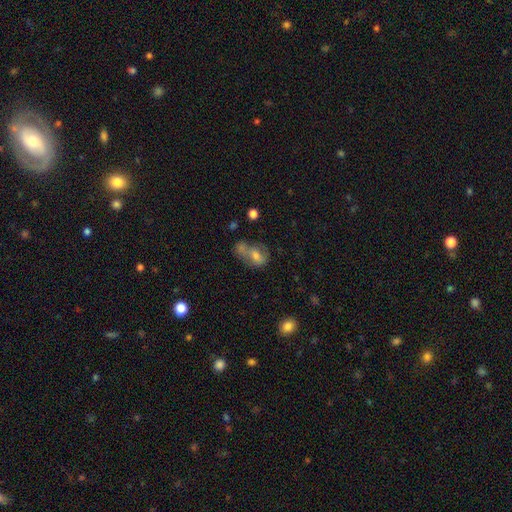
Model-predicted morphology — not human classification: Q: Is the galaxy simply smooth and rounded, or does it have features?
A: smooth — 57%.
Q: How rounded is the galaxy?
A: in between — 70%.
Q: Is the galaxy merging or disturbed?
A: merger — 44%.